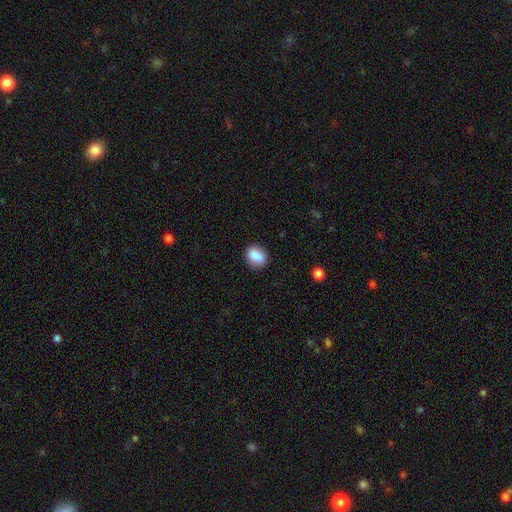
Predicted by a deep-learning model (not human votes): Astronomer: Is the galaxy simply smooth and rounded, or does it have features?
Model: smooth — 86%.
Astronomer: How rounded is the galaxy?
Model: in between — 54% (runner-up: round, 44%).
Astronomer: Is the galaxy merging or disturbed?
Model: none — 84%.